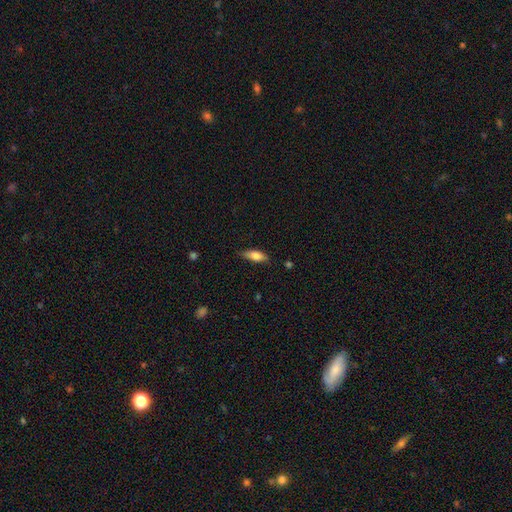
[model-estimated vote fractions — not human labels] A smooth galaxy with no disk features (75%) that is in between round and cigar-shaped (69%). Merging: none (78%).